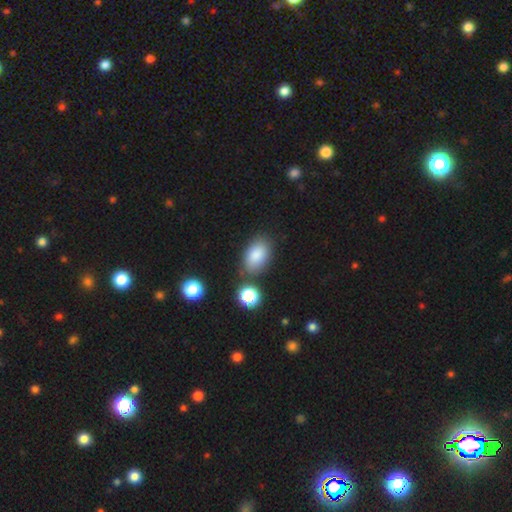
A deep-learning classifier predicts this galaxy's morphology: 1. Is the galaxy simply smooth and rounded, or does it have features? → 85% smooth, 9% star or artifact, 7% featured or disk.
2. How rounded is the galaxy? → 90% in between, 8% round, 2% cigar-shaped.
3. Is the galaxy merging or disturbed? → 73% none, 13% minor disturbance, 9% merger, 4% major disturbance.